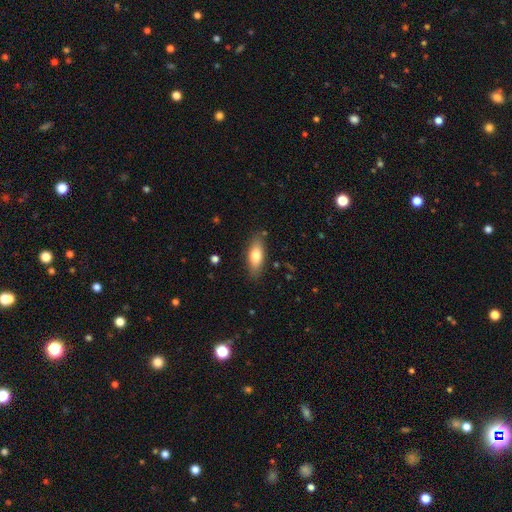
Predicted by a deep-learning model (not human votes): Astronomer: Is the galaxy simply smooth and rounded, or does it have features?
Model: smooth — 76%.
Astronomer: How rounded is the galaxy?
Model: in between — 75%.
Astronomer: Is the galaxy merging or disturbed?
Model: none — 84%.